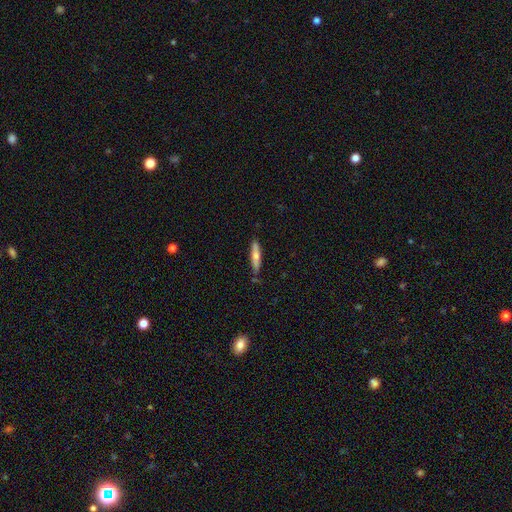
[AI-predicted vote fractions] Smooth or featured?
  - smooth: 54% *
  - featured or disk: 40%
  - star or artifact: 6%
How rounded?
  - cigar-shaped: 85% *
  - in between: 14%
  - round: 2%
Merging?
  - none: 80% *
  - minor disturbance: 15%
  - merger: 3%
  - major disturbance: 2%